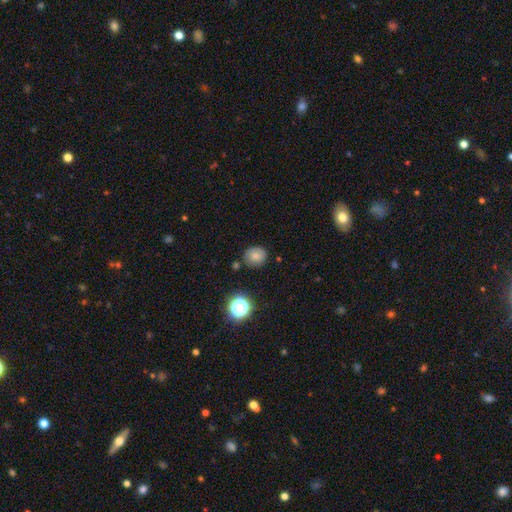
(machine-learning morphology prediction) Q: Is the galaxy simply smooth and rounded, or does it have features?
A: smooth — 77%.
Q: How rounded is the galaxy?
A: round — 79%.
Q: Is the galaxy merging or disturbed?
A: none — 80%.